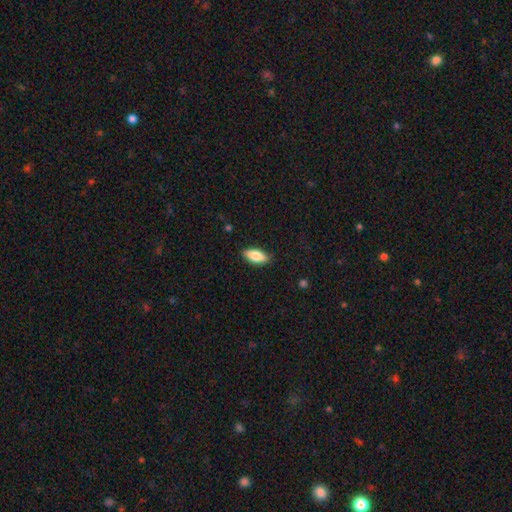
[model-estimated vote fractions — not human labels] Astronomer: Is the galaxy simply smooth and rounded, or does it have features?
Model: smooth — 82%.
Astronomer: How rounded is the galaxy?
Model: in between — 85%.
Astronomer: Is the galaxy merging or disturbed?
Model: none — 88%.